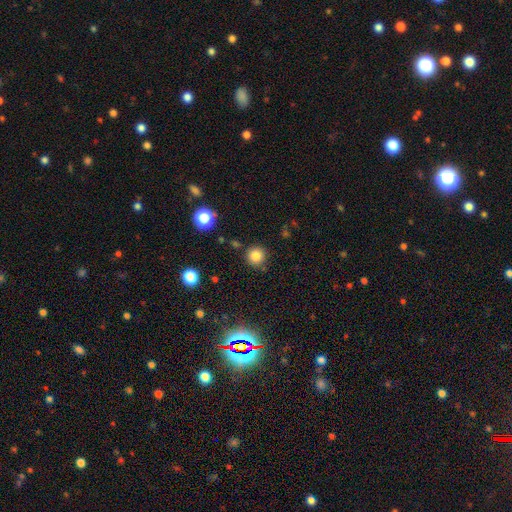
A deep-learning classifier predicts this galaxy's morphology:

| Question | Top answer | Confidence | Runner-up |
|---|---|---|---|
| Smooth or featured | smooth | 81% | star or artifact (13%) |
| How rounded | round | 94% | in between (5%) |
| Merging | none | 85% | minor disturbance (9%) |